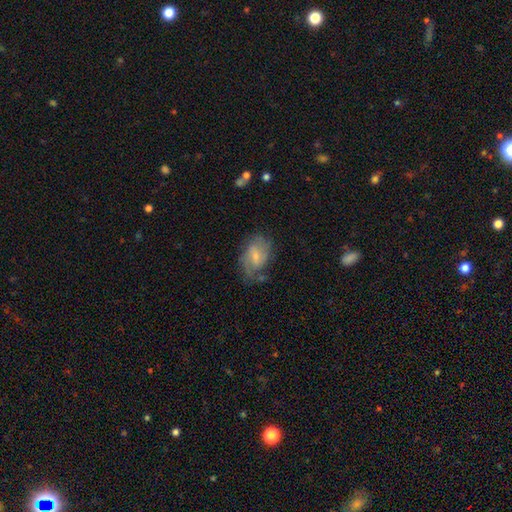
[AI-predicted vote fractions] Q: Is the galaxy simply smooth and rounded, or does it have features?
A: featured or disk — 60%.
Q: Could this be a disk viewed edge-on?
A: no — 96%.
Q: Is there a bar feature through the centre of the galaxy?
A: weak — 52%.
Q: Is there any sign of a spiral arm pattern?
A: yes — 84%.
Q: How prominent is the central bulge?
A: small — 58%.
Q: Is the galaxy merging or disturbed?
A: none — 53%.